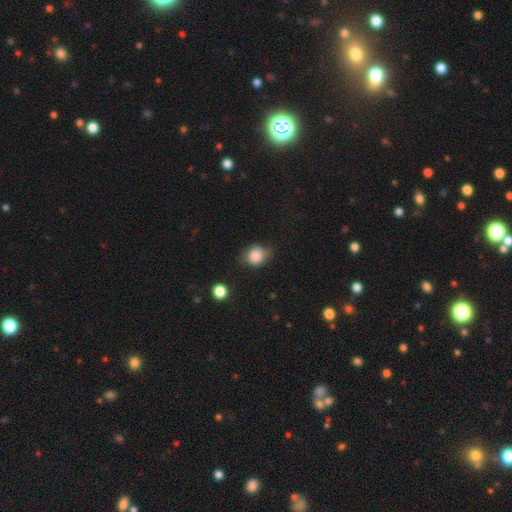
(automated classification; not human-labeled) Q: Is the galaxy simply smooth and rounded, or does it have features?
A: smooth — 85%.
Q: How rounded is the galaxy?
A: round — 70%.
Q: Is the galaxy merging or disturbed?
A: none — 65%.